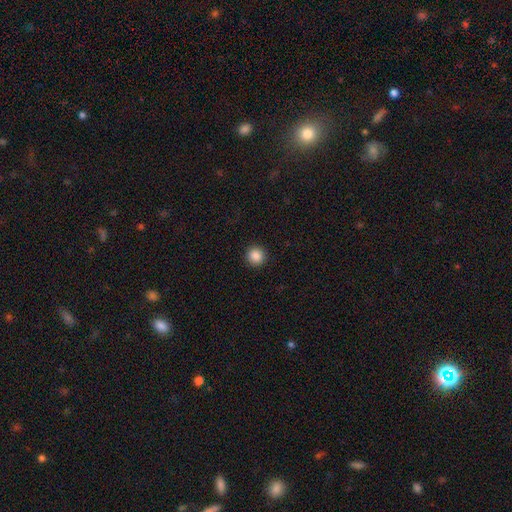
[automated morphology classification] Smooth or featured? Predicted: smooth (p=0.87). How rounded? Predicted: round (p=0.94). Merging? Predicted: none (p=0.92).